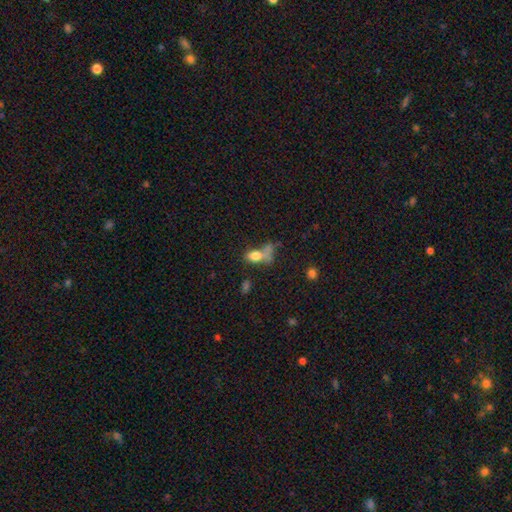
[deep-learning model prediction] Smooth or featured? Predicted: smooth (p=0.74). How rounded? Predicted: in between (p=0.77). Merging? Predicted: merger (p=0.33).